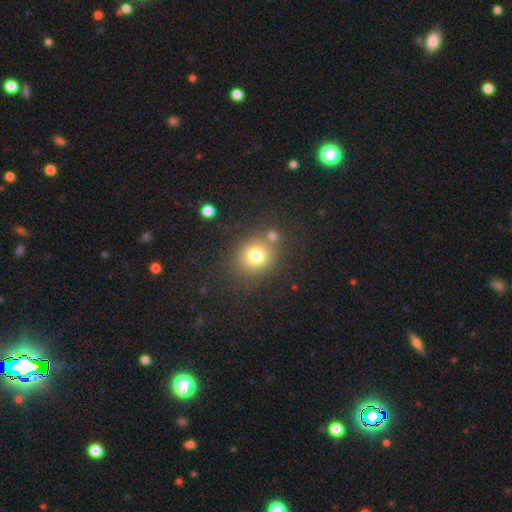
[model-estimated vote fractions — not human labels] The model was most divided on "merging": none: 71%, merger: 15%, minor disturbance: 10%, major disturbance: 4%. More confident: how rounded — round (79%); smooth or featured — smooth (76%).